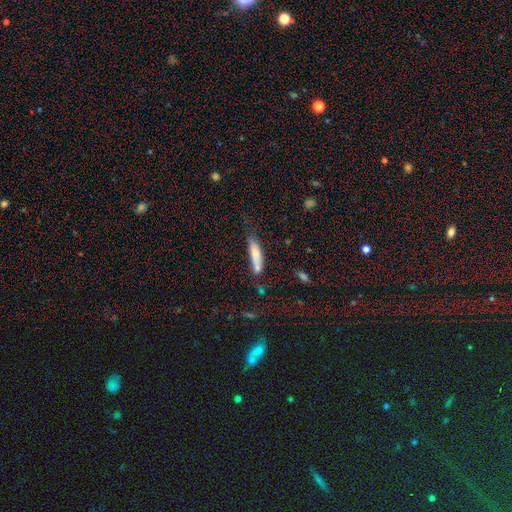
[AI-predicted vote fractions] smooth-or-featured: smooth: 71% | featured or disk: 22% | star or artifact: 7%
  how-rounded: cigar-shaped: 73% | in between: 25% | round: 2%
  merging: none: 52% | minor disturbance: 24% | merger: 16% | major disturbance: 8%